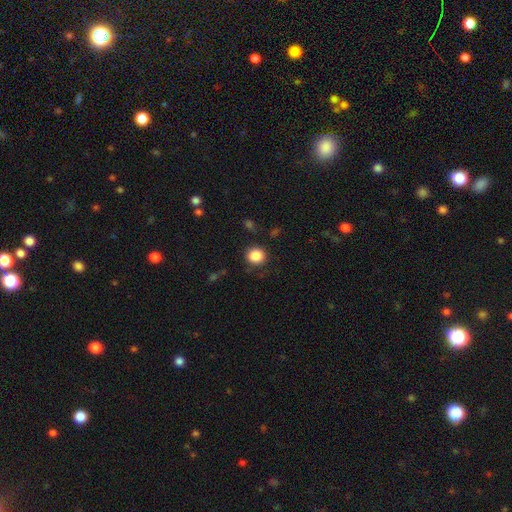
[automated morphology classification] A smooth galaxy with no disk features (87%) that is round (88%). Merging: none (87%).